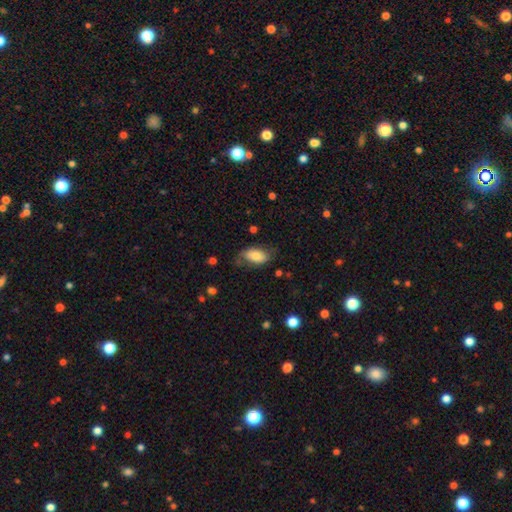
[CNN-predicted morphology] Q: Smooth or featured?
A: smooth (71%); runner-up: featured or disk (22%)
Q: How rounded?
A: in between (93%); runner-up: round (4%)
Q: Merging?
A: none (59%); runner-up: minor disturbance (27%)